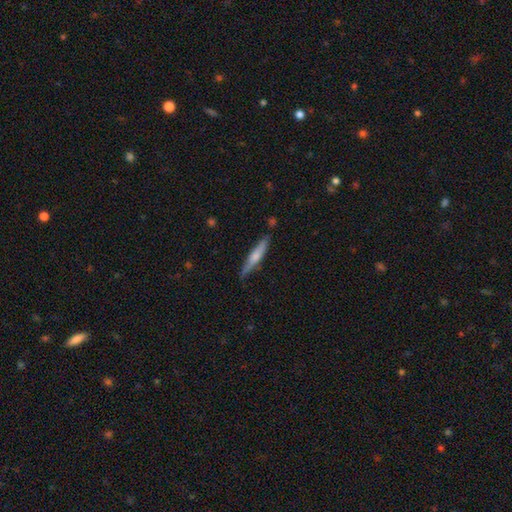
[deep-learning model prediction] smooth 54%, featured or disk 40%, star or artifact 6%. Down the decision tree: how rounded — cigar-shaped (89%); merging — none (79%).